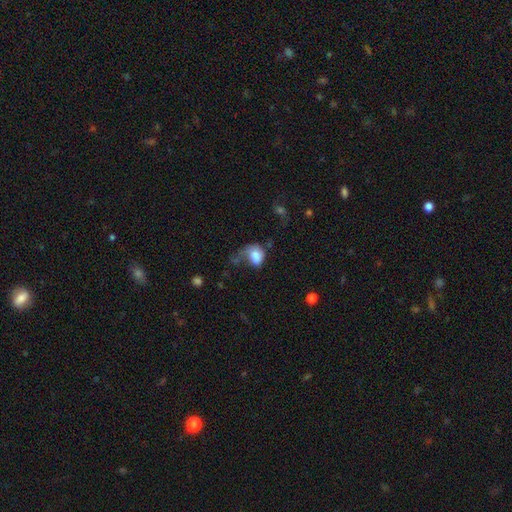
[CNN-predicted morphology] This is likely a smooth galaxy (73%). How rounded: possibly in between (56%). Merging: possibly major disturbance (47%).